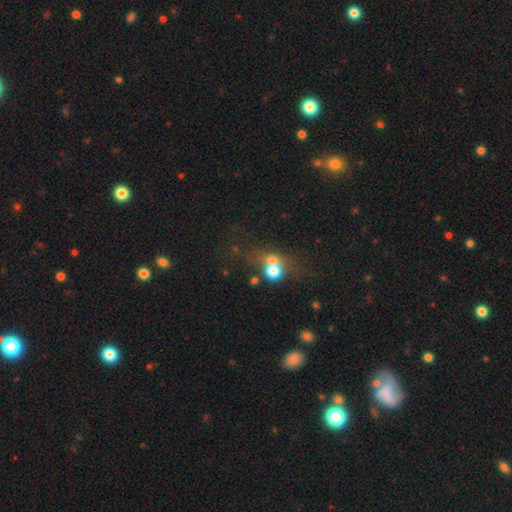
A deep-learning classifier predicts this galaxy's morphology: The model was most divided on "smooth or featured": smooth: 45%, star or artifact: 38%, featured or disk: 16%. Remaining: merging — none (43%).